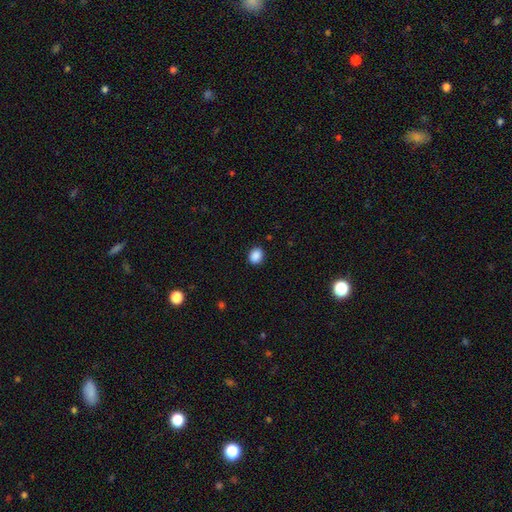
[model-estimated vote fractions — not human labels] smooth 89%, star or artifact 9%, featured or disk 2%. Down the decision tree: how rounded — in between (51%); merging — none (90%).